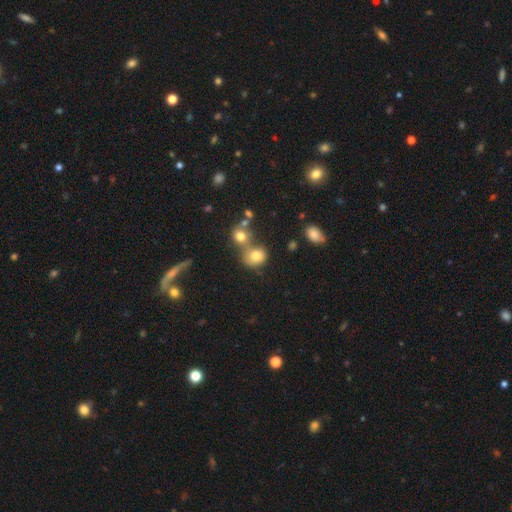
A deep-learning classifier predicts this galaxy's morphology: type=smooth (77%); roundness=round (68%); merging=merger (46%).